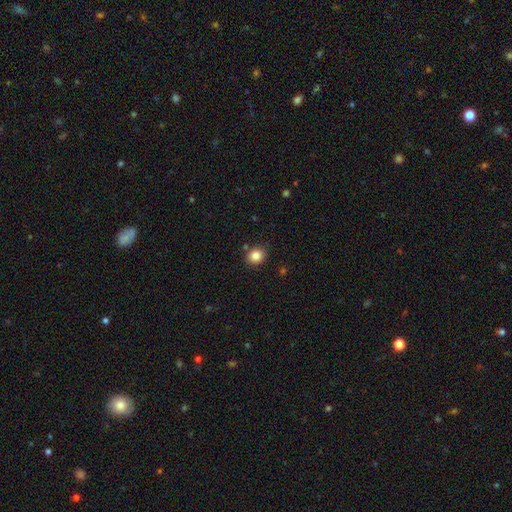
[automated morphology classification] Q: Smooth or featured?
A: smooth (84%); runner-up: star or artifact (10%)
Q: How rounded?
A: round (74%); runner-up: in between (25%)
Q: Merging?
A: none (85%); runner-up: minor disturbance (9%)